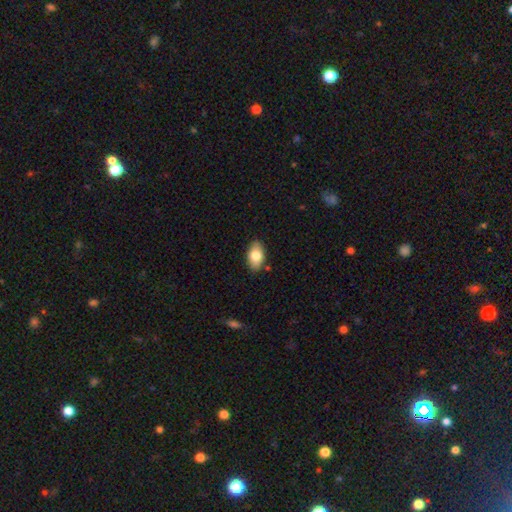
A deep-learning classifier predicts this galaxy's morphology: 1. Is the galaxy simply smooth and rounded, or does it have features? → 78% smooth, 15% featured or disk, 7% star or artifact.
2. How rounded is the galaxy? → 92% in between, 6% round, 2% cigar-shaped.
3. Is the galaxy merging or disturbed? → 85% none, 11% minor disturbance, 2% major disturbance, 2% merger.